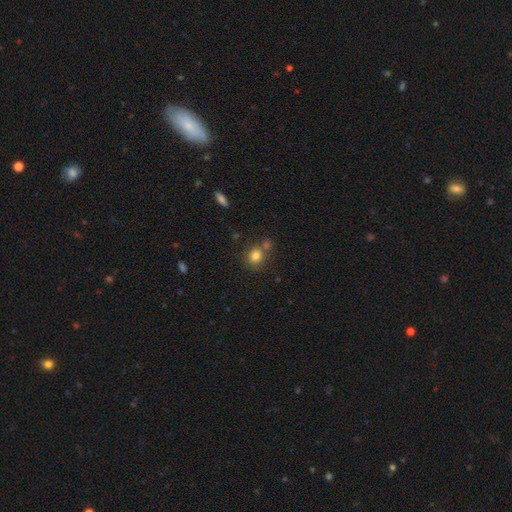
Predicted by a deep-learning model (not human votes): Smooth or featured?
  - smooth: 81% *
  - star or artifact: 12%
  - featured or disk: 8%
How rounded?
  - round: 75% *
  - in between: 24%
  - cigar-shaped: 1%
Merging?
  - none: 62% *
  - merger: 22%
  - minor disturbance: 12%
  - major disturbance: 4%